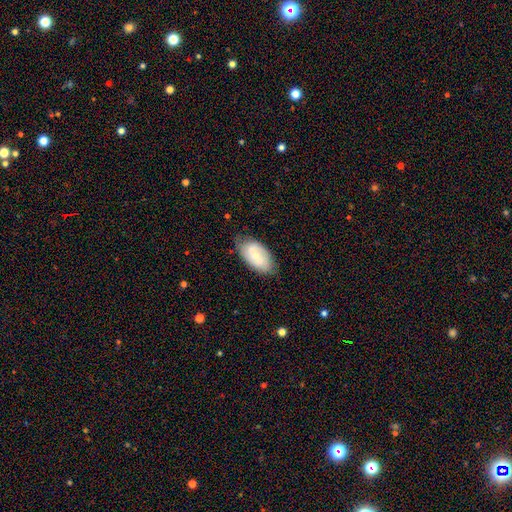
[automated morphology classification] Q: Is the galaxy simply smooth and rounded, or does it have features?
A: smooth — 55%.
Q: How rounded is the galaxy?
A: in between — 94%.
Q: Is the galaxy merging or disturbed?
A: none — 71%.